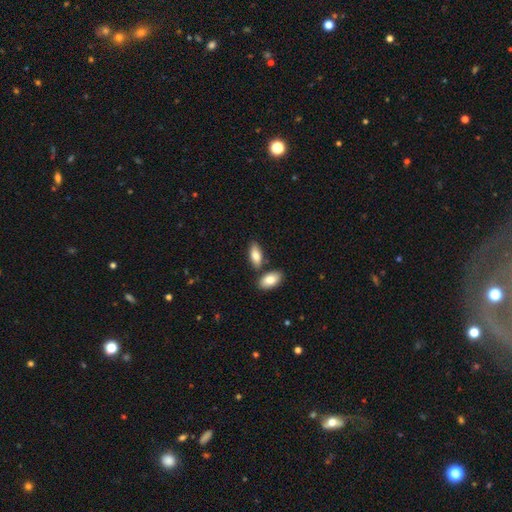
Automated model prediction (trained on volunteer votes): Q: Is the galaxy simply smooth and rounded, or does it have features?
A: smooth — 81%.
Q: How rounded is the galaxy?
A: in between — 87%.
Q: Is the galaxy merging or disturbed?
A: none — 68%.